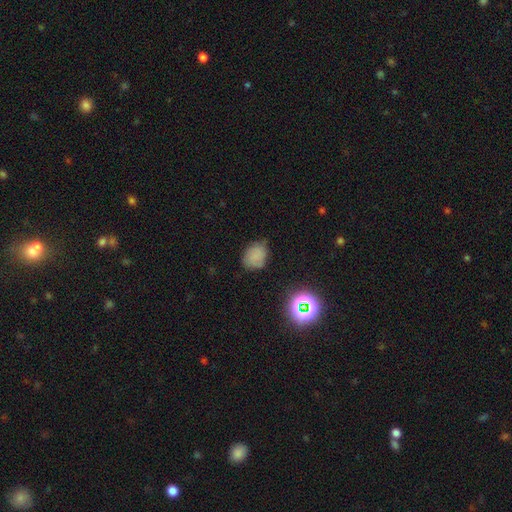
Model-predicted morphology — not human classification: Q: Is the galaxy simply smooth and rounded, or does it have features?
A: smooth — 74%.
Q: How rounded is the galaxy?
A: in between — 57%.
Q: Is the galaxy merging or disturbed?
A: none — 65%.